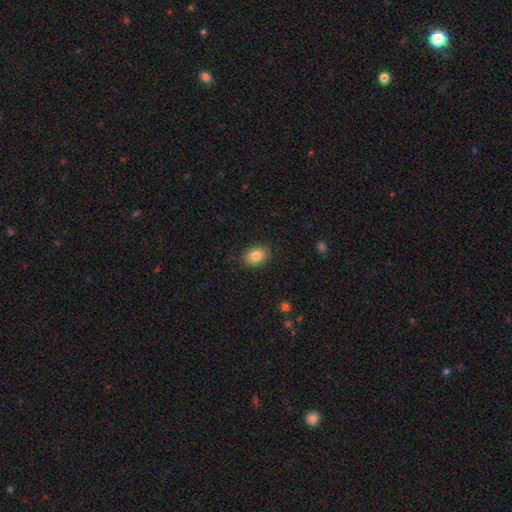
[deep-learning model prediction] smooth-or-featured: smooth: 85% | star or artifact: 8% | featured or disk: 7%
  how-rounded: in between: 75% | round: 23% | cigar-shaped: 1%
  merging: none: 86% | minor disturbance: 10% | major disturbance: 2% | merger: 1%